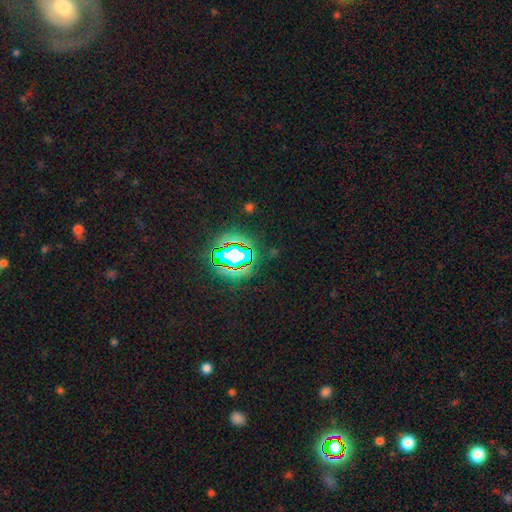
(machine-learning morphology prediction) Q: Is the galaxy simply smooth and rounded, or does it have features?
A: star or artifact — 81%.